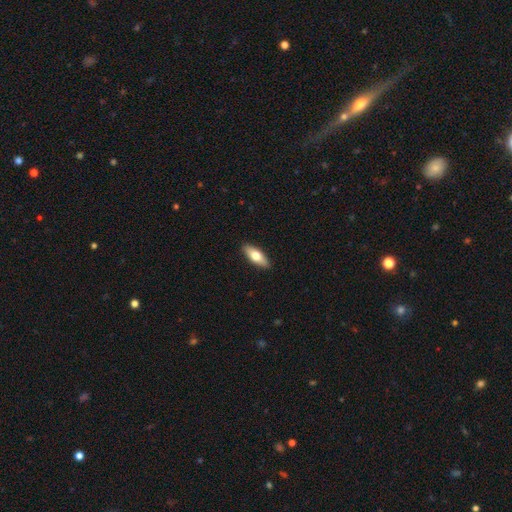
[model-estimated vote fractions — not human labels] smooth_or_featured: smooth (p=0.68) [alt: featured or disk p=0.27]
how_rounded: in between (p=0.70) [alt: cigar-shaped p=0.28]
merging: none (p=0.90) [alt: minor disturbance p=0.07]